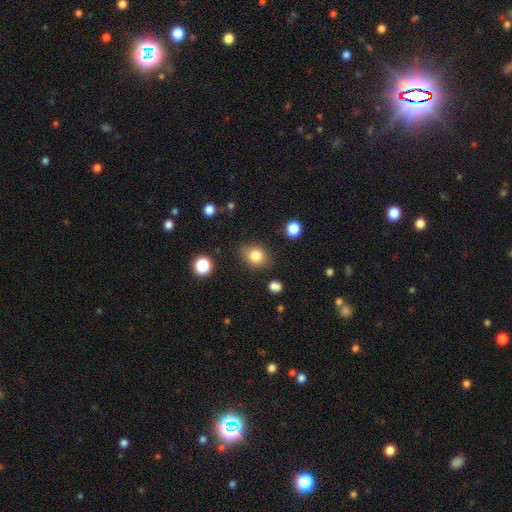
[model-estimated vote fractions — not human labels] smooth-or-featured: smooth: 81% | star or artifact: 11% | featured or disk: 8%
  how-rounded: round: 51% | in between: 48% | cigar-shaped: 1%
  merging: none: 75% | minor disturbance: 17% | major disturbance: 4% | merger: 3%